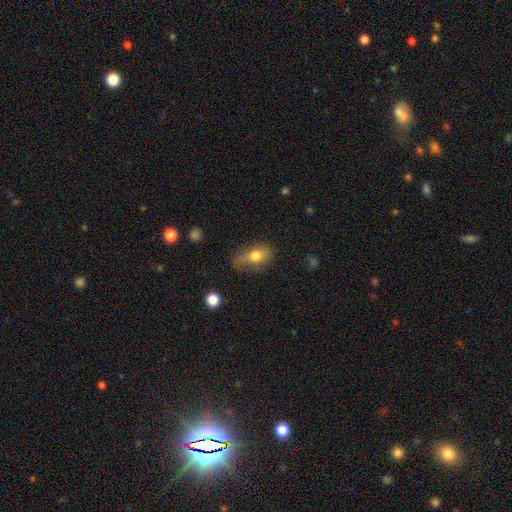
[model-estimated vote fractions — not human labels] Overall: smooth (73%). How rounded: in between (79%). Merging: none (50%; minor disturbance 32%).